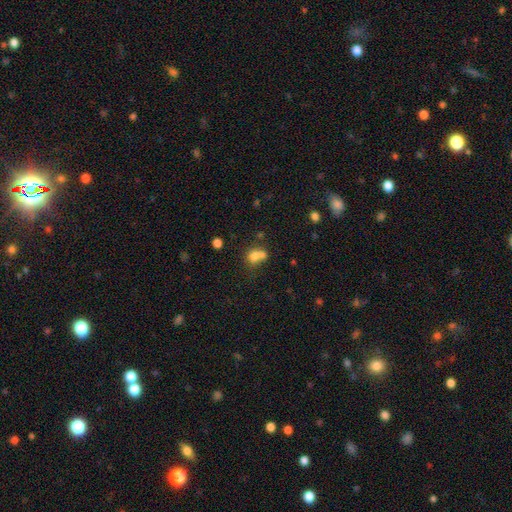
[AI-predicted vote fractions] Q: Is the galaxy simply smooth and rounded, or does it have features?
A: smooth — 74%.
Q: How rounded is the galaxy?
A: round — 54%.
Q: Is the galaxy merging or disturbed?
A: merger — 53%.